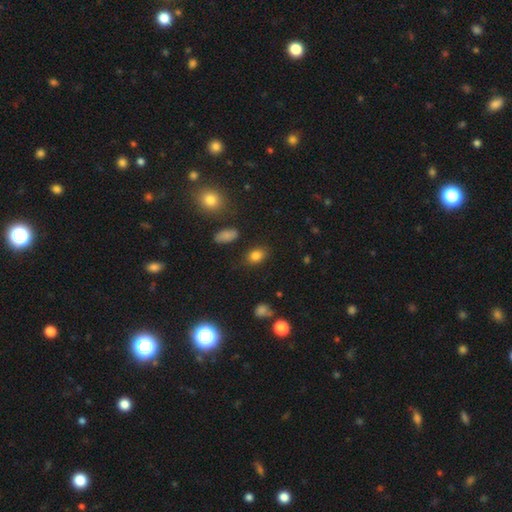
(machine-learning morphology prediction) Smooth or featured? Predicted: smooth (p=0.82). How rounded? Predicted: in between (p=0.75). Merging? Predicted: none (p=0.82).